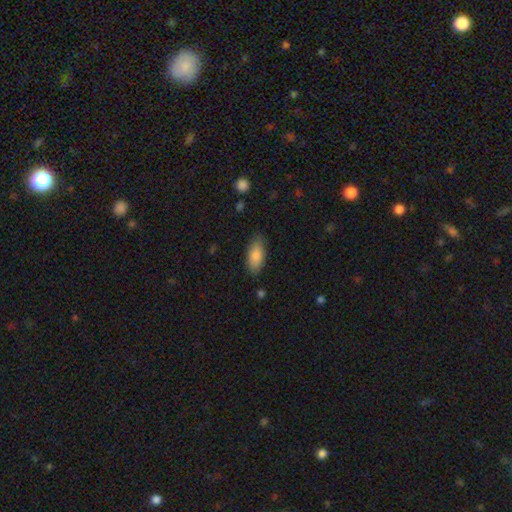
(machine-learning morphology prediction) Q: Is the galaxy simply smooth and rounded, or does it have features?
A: smooth — 83%.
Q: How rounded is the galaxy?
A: in between — 85%.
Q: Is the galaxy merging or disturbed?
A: none — 82%.